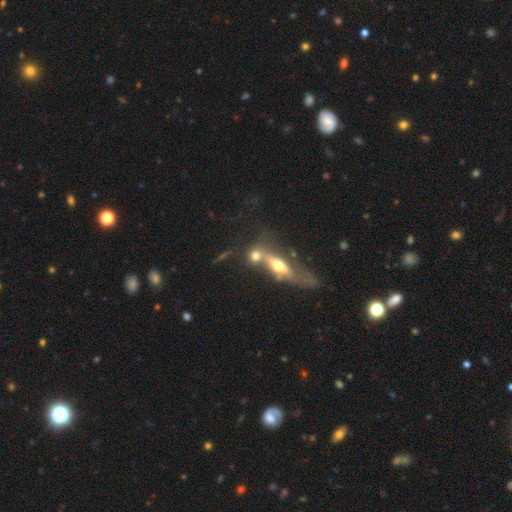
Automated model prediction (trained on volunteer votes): This is possibly a smooth galaxy (53%). How rounded: marginally round (41%). Merging: possibly merger (46%).